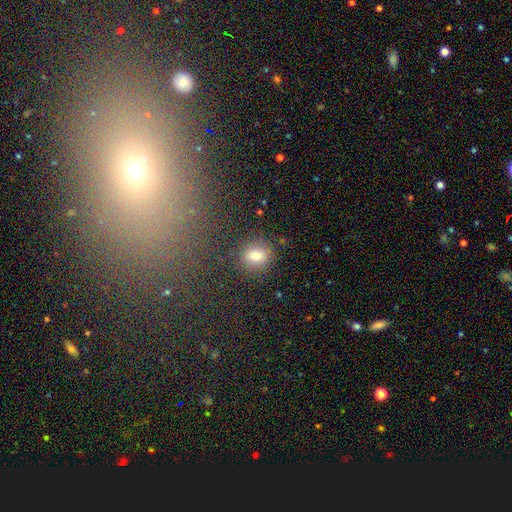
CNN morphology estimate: Smooth or featured? smooth (76%)
How rounded? round (57%)
Merging? none (86%)